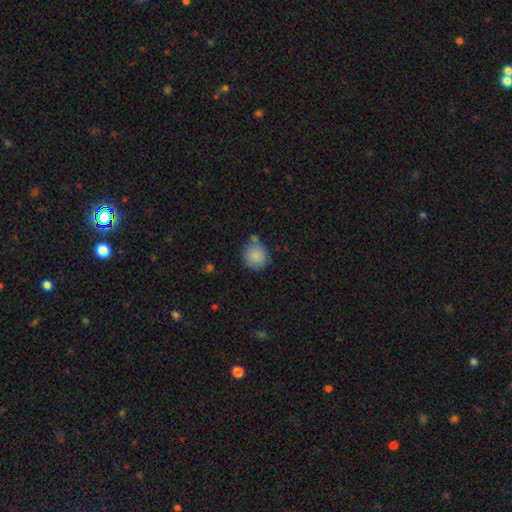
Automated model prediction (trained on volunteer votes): This is clearly a smooth galaxy (88%). How rounded: clearly round (93%). Merging: likely none (75%).